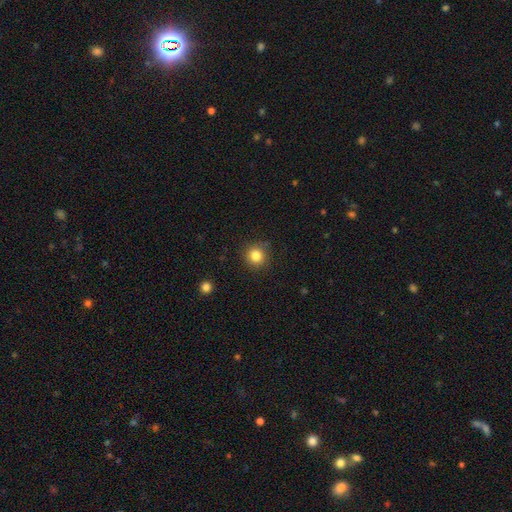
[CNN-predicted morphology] Smooth or featured? smooth (82%)
How rounded? round (93%)
Merging? none (88%)